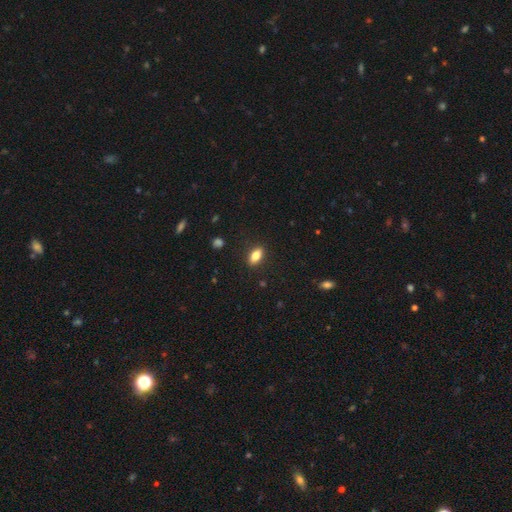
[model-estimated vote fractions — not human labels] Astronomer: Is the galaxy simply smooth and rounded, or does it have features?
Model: smooth — 80%.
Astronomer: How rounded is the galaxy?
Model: in between — 83%.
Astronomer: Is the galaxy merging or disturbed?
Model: none — 88%.